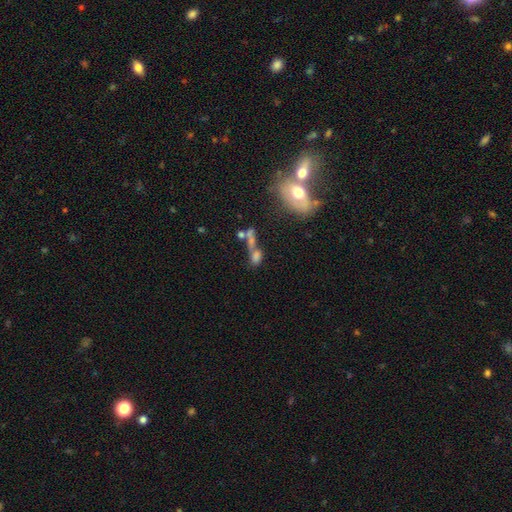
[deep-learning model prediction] Smooth or featured?
  - smooth: 54% *
  - featured or disk: 27%
  - star or artifact: 19%
How rounded?
  - in between: 59% *
  - cigar-shaped: 20%
  - round: 20%
Merging?
  - merger: 50% *
  - none: 26%
  - major disturbance: 14%
  - minor disturbance: 11%